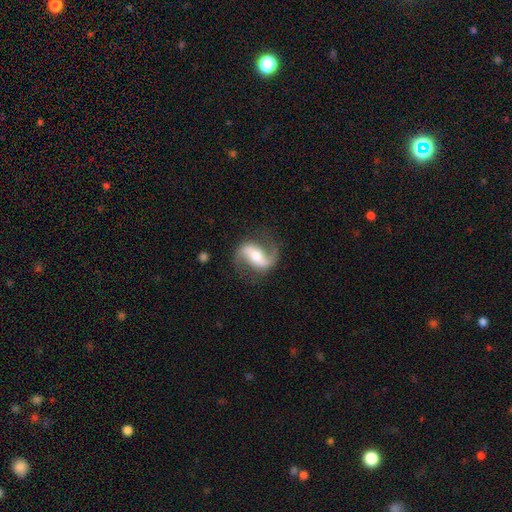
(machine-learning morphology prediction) The model was most divided on "bar": strong: 48%, weak: 30%, no: 22%. More confident: edge-on disk — no (95%); spiral arms — yes (95%); spiral arm count — 2 (90%); smooth or featured — featured or disk (85%); merging — none (77%); bulge size — moderate (60%); spiral winding — loose (57%).